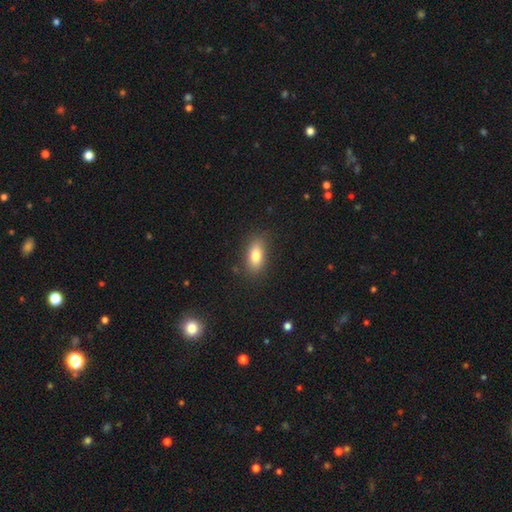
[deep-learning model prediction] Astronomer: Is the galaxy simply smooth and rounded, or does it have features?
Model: smooth — 79%.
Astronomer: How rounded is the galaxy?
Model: in between — 84%.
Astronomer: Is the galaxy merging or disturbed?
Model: none — 84%.